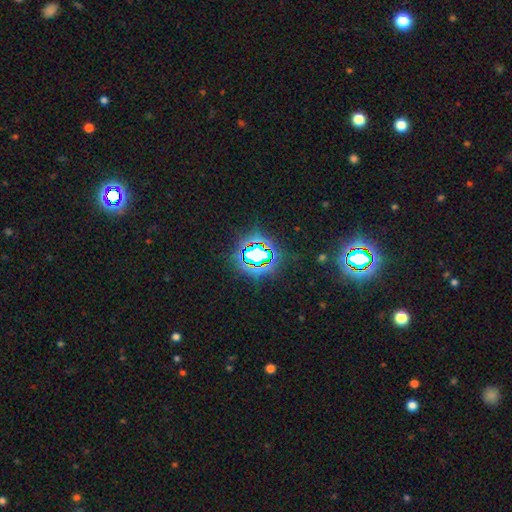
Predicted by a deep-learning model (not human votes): smooth_or_featured: star or artifact (p=0.73) [alt: smooth p=0.17]